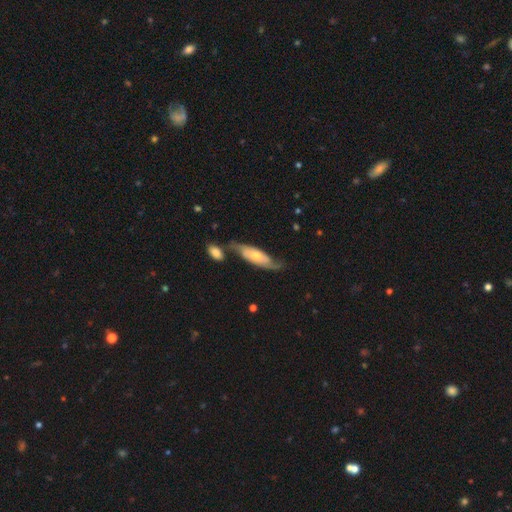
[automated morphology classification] The model was most divided on "smooth or featured": featured or disk: 61%, smooth: 34%, star or artifact: 5%. More confident: edge-on disk — no (77%); merging — none (53%).